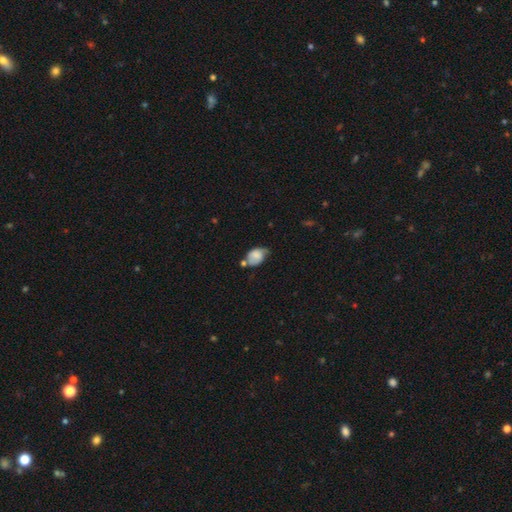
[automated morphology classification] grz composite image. It shows a smooth galaxy with no disk features (68%) that is in between round and cigar-shaped (78%). Merging: minor disturbance (36%, tied with none).